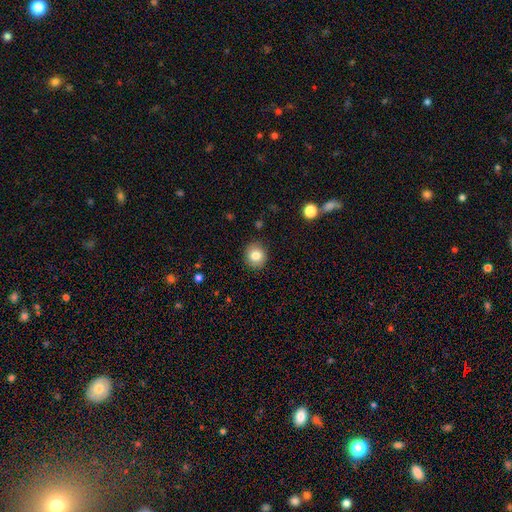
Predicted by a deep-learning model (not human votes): The model was most divided on "how rounded": round: 82%, in between: 17%, cigar-shaped: 1%. More confident: merging — none (90%); smooth or featured — smooth (82%).